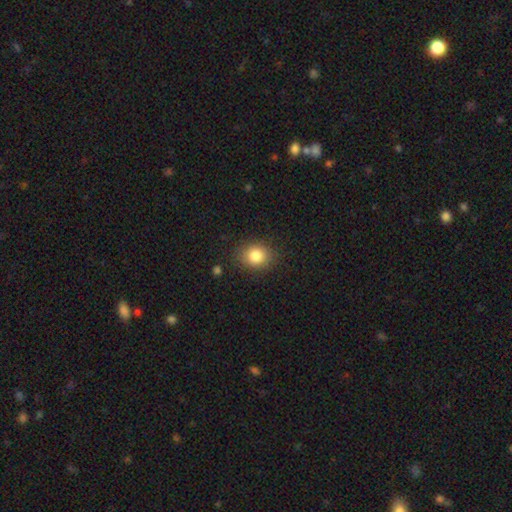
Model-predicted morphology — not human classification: smooth_or_featured: smooth (p=0.83) [alt: star or artifact p=0.10]
how_rounded: round (p=0.65) [alt: in between p=0.34]
merging: none (p=0.86) [alt: minor disturbance p=0.09]